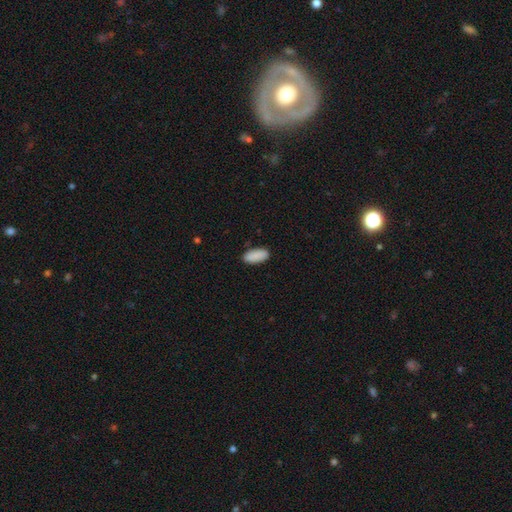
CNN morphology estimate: Smooth or featured? smooth (90%)
How rounded? in between (89%)
Merging? none (88%)